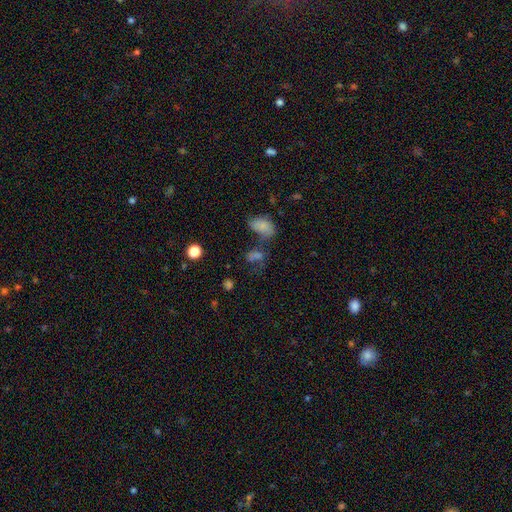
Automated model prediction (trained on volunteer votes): This appears to be a smooth galaxy with no disk features (57%) that is in between round and cigar-shaped (68%). Merging: none (44%).